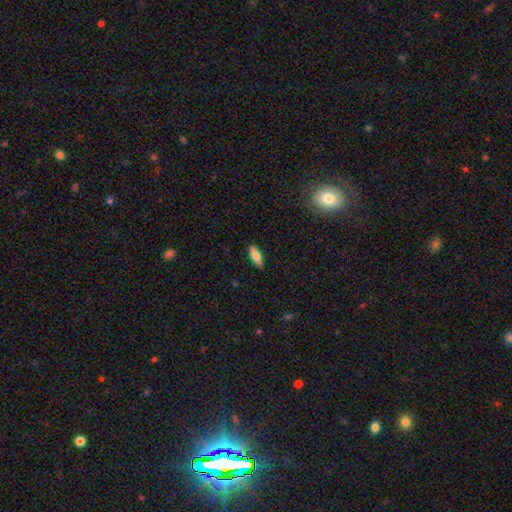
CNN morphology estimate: smooth_or_featured: smooth (p=0.75) [alt: featured or disk p=0.19]
how_rounded: in between (p=0.65) [alt: cigar-shaped p=0.33]
merging: none (p=0.89) [alt: minor disturbance p=0.09]